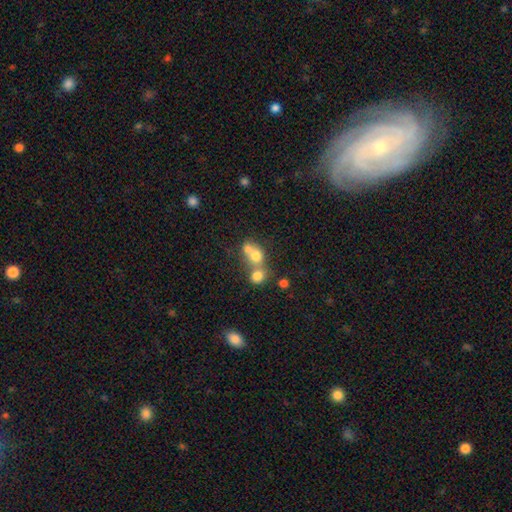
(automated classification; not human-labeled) Morphology: type=smooth (68%); roundness=round (72%); merging=merger (64%).